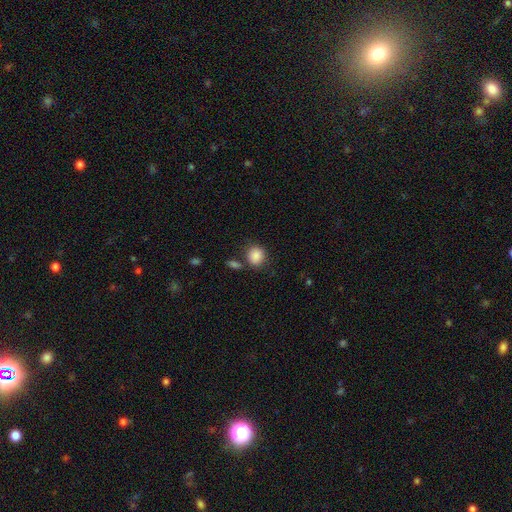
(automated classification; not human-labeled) Smooth or featured: smooth — 88% (star or artifact — 8%)
How rounded: round — 69% (in between — 30%)
Merging: none — 73% (minor disturbance — 13%)